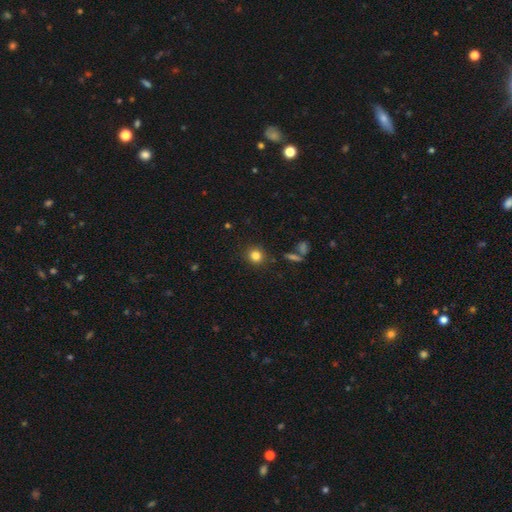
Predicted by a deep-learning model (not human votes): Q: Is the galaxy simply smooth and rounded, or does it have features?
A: smooth — 82%.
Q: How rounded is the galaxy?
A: round — 89%.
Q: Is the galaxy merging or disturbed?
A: none — 88%.